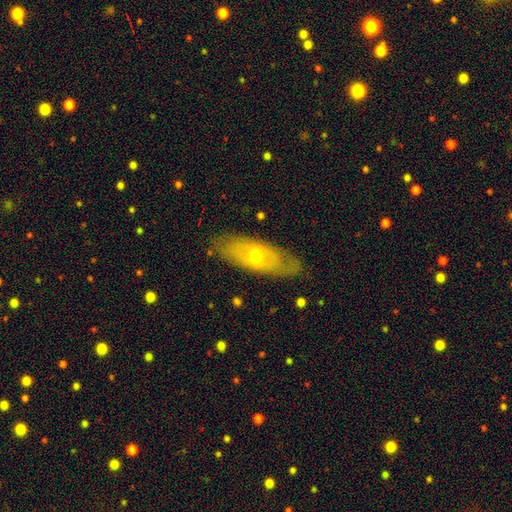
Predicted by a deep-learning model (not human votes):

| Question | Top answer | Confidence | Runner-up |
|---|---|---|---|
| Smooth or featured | featured or disk | 55% | smooth (38%) |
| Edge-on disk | no | 74% | yes (26%) |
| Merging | none | 82% | minor disturbance (14%) |